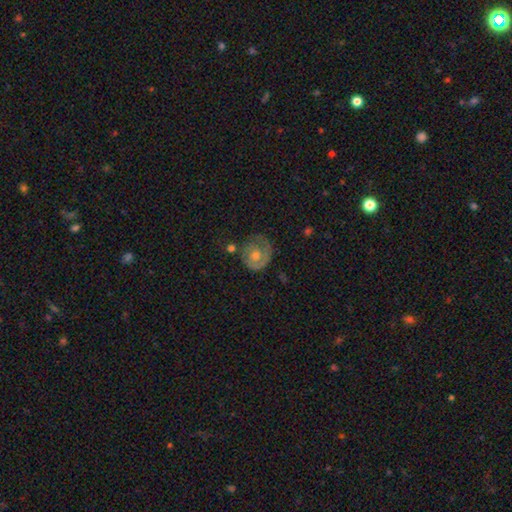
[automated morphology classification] Overall: featured or disk (67%). Edge-on disk: no (97%). Bar: no (82%). Spiral arms: yes (75%). Bulge size: moderate (66%). Merging: none (62%).